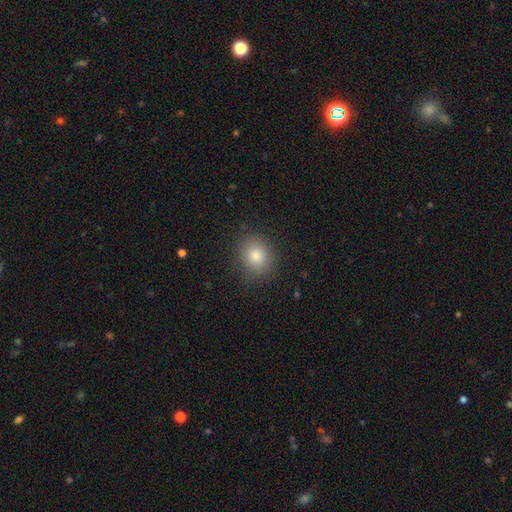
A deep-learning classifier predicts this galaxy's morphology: smooth-or-featured: smooth: 81% | star or artifact: 12% | featured or disk: 8%
  how-rounded: round: 69% | in between: 30% | cigar-shaped: 1%
  merging: none: 87% | minor disturbance: 9% | major disturbance: 3% | merger: 1%